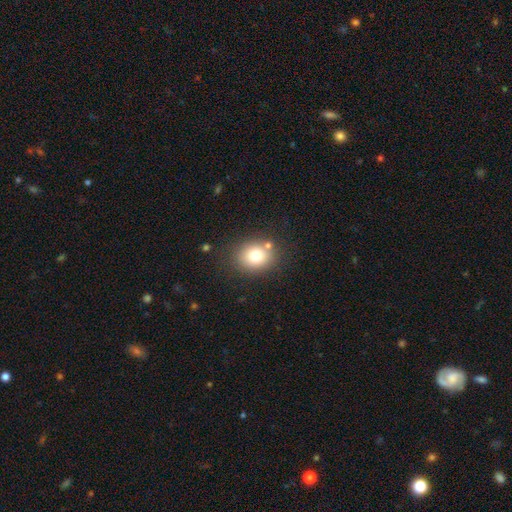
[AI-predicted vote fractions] Smooth or featured?
  - smooth: 75% *
  - star or artifact: 12%
  - featured or disk: 12%
How rounded?
  - round: 61% *
  - in between: 38%
  - cigar-shaped: 1%
Merging?
  - none: 77% *
  - minor disturbance: 11%
  - merger: 8%
  - major disturbance: 4%